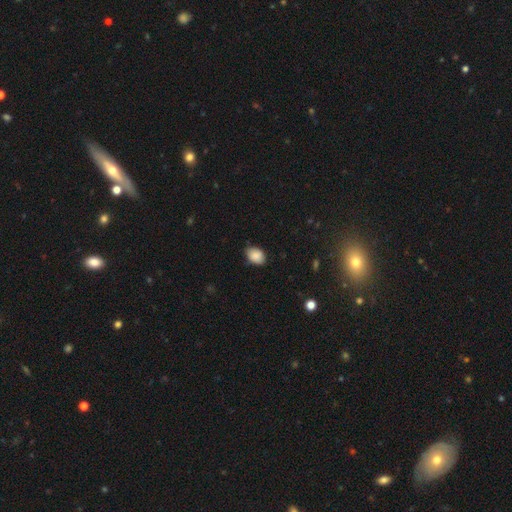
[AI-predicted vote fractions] This appears to be a smooth galaxy with no disk features (88%) that is in between round and cigar-shaped (77%). Merging: none (77%).